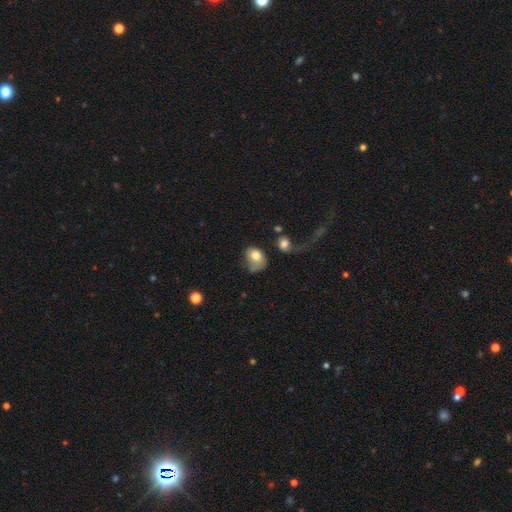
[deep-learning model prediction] This appears to be a smooth galaxy with no disk features (73%) that is in between round and cigar-shaped (55%). Merging: major disturbance (36%).